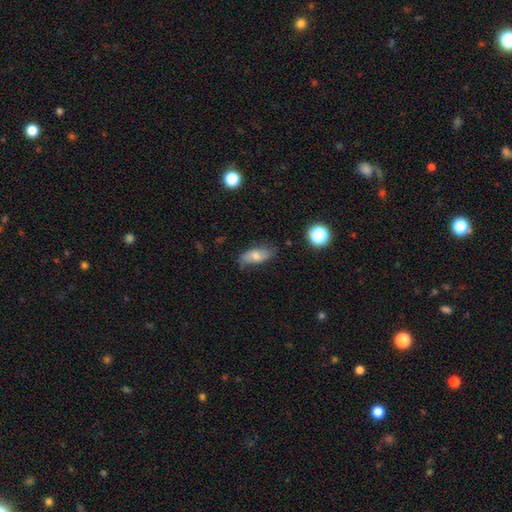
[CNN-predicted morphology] smooth-or-featured: smooth: 65% | featured or disk: 26% | star or artifact: 9%
  how-rounded: in between: 84% | cigar-shaped: 12% | round: 4%
  merging: none: 68% | minor disturbance: 24% | major disturbance: 6% | merger: 2%